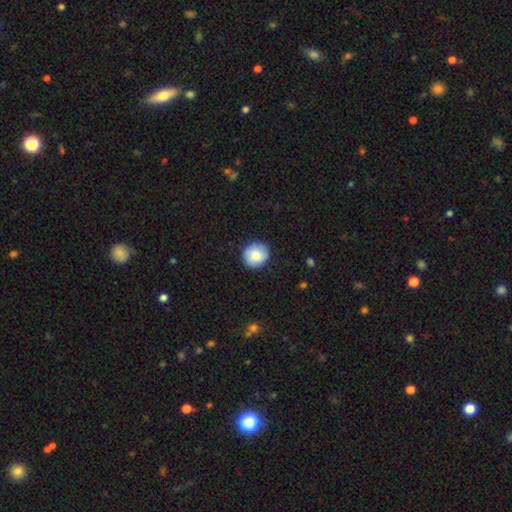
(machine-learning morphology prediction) Smooth or featured: smooth — 81% (featured or disk — 11%)
How rounded: round — 91% (in between — 8%)
Merging: none — 88% (minor disturbance — 9%)